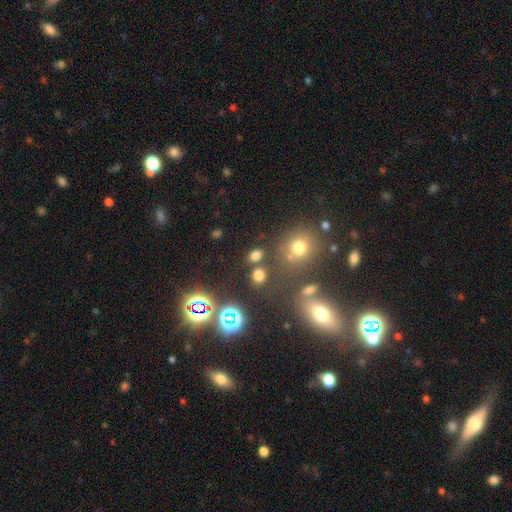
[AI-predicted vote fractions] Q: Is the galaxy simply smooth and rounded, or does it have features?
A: smooth — 67%.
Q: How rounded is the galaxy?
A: in between — 53%.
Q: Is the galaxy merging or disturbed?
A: none — 71%.